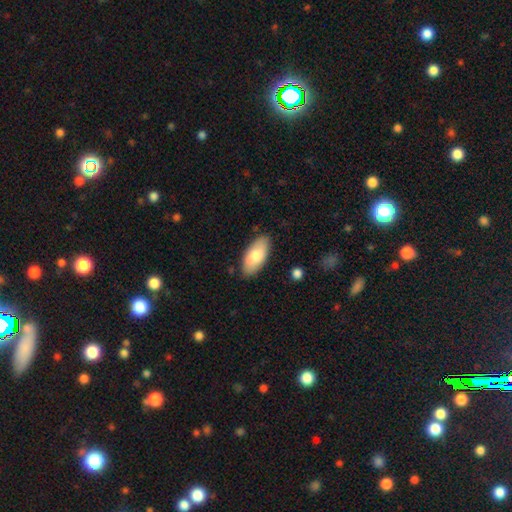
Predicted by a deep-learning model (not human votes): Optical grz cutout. It shows a smooth galaxy with no disk features (75%) that is in between round and cigar-shaped (92%). Merging: none (84%).